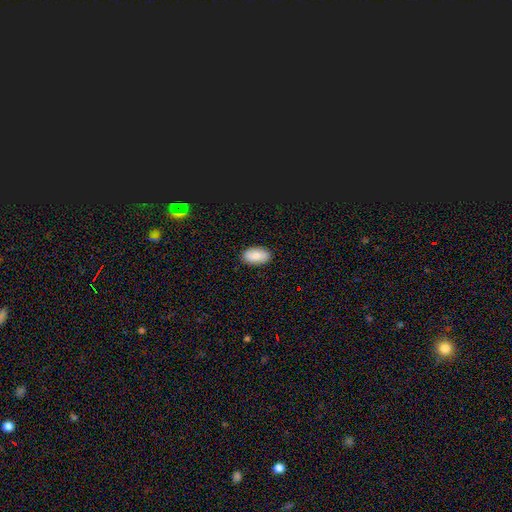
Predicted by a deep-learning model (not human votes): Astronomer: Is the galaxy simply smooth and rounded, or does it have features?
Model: smooth — 86%.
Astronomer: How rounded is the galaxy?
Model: in between — 93%.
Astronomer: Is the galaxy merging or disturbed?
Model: none — 88%.